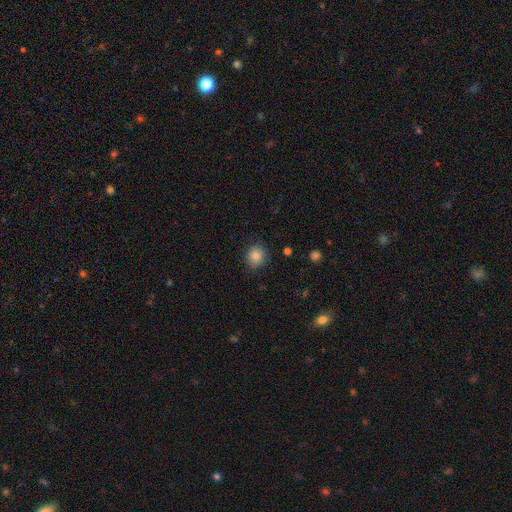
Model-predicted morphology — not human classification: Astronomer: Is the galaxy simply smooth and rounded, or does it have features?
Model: smooth — 85%.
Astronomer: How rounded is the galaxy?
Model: round — 81%.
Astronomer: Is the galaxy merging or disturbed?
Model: none — 85%.